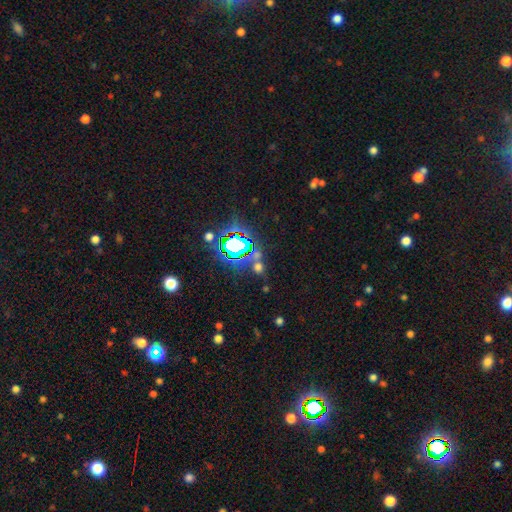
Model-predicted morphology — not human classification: Smooth or featured?
  - star or artifact: 61% *
  - smooth: 28%
  - featured or disk: 11%